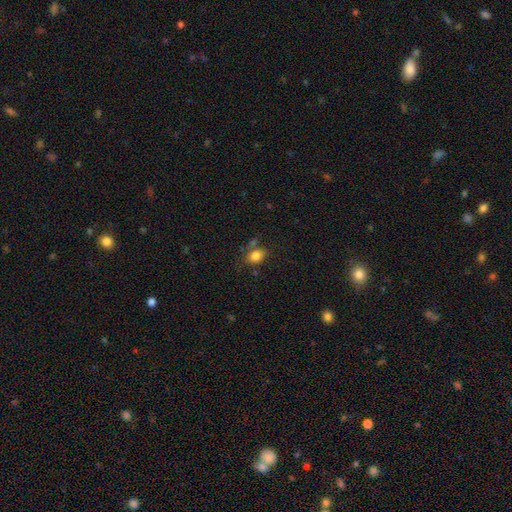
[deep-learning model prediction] Smooth or featured? Predicted: smooth (p=0.82). How rounded? Predicted: in between (p=0.65). Merging? Predicted: none (p=0.67).